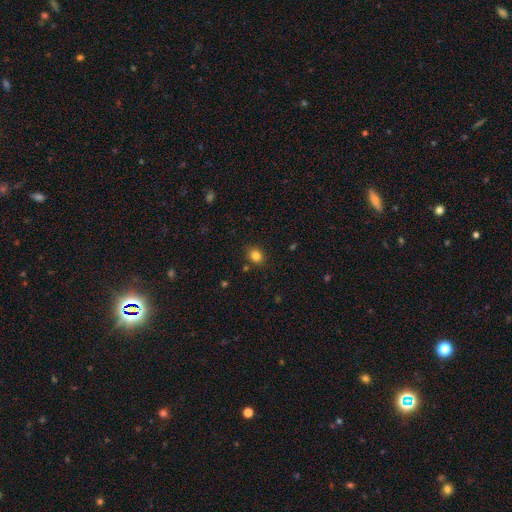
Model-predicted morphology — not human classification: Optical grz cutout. It shows a smooth galaxy with no disk features (83%) that is round (65%). Merging: none (86%).